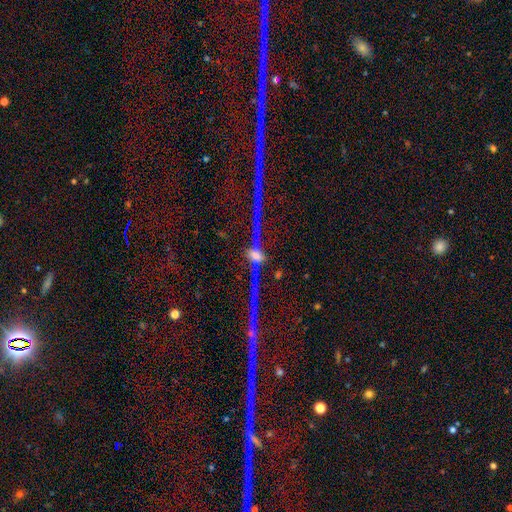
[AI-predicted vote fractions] Smooth or featured? Predicted: featured or disk (p=0.64). Edge-on disk? Predicted: yes (p=0.83). Edge-on bulge? Predicted: rounded (p=0.91). Merging? Predicted: none (p=0.68).